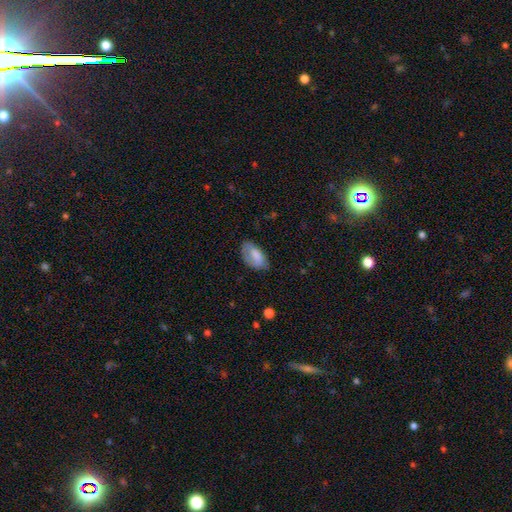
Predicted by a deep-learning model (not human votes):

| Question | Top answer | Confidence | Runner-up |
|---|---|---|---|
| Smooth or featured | smooth | 73% | featured or disk (21%) |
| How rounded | in between | 93% | round (4%) |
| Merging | none | 60% | minor disturbance (27%) |